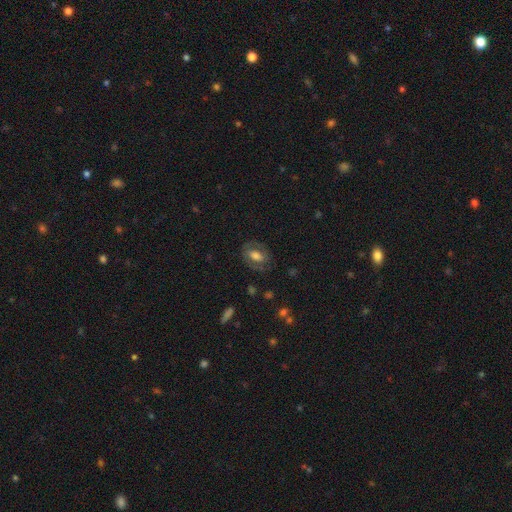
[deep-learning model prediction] This is possibly a smooth galaxy (51%). How rounded: clearly in between (83%). Merging: likely none (73%).